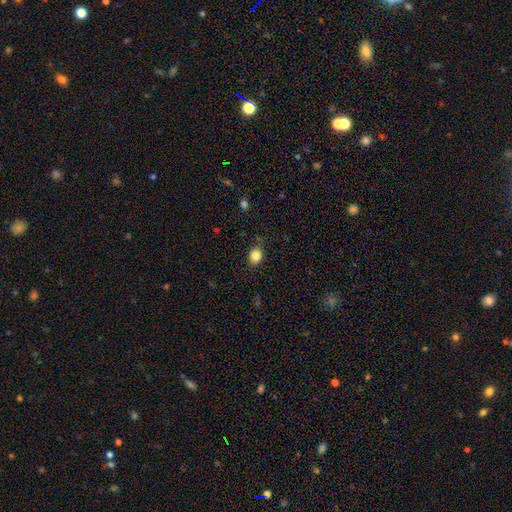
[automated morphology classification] Overall: smooth (84%). How rounded: round (54%; in between 45%). Merging: none (84%).